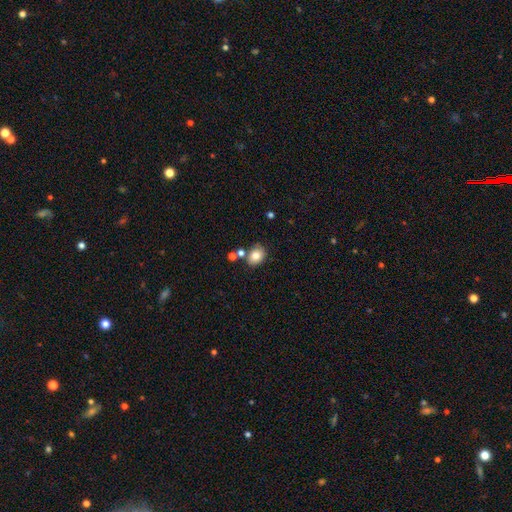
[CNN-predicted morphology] A smooth galaxy with no disk features (80%) that is in between round and cigar-shaped (55%). Merging: none (70%).